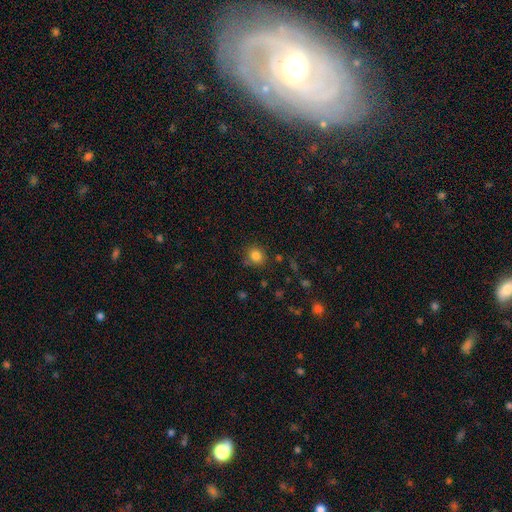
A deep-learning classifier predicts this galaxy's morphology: A smooth galaxy with no disk features (83%) that is round (76%).

Vote fractions:
- Smooth or featured? smooth: 83% / star or artifact: 12% / featured or disk: 5%
- How rounded? round: 76% / in between: 23% / cigar-shaped: 1%
- Merging? none: 79% / minor disturbance: 13% / major disturbance: 4% / merger: 3%